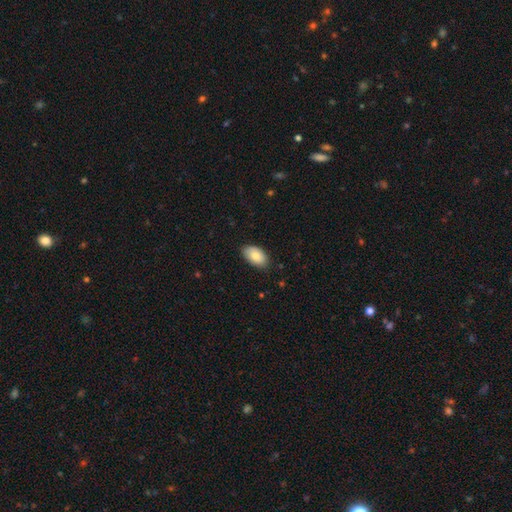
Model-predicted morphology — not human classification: smooth_or_featured: smooth (p=0.82) [alt: featured or disk p=0.12]
how_rounded: in between (p=0.94) [alt: round p=0.05]
merging: none (p=0.82) [alt: minor disturbance p=0.15]